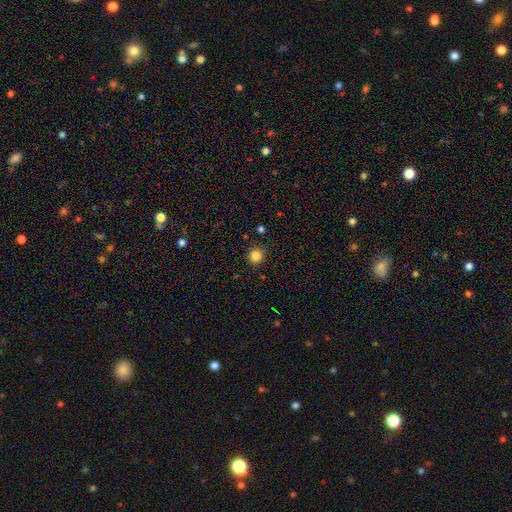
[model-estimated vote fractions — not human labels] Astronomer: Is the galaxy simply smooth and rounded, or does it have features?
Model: smooth — 84%.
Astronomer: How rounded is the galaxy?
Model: round — 92%.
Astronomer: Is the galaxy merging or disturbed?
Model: none — 89%.